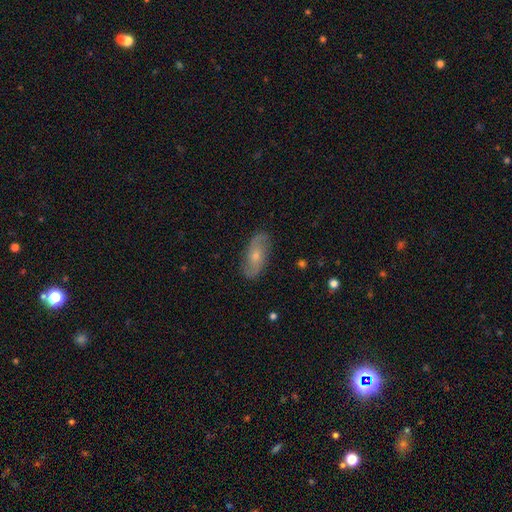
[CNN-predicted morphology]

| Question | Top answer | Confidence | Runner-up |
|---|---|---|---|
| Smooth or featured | featured or disk | 61% | smooth (32%) |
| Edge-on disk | no | 92% | yes (8%) |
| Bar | no | 66% | weak (28%) |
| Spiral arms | yes | 87% | no (13%) |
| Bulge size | moderate | 48% | small (45%) |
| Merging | none | 83% | minor disturbance (13%) |